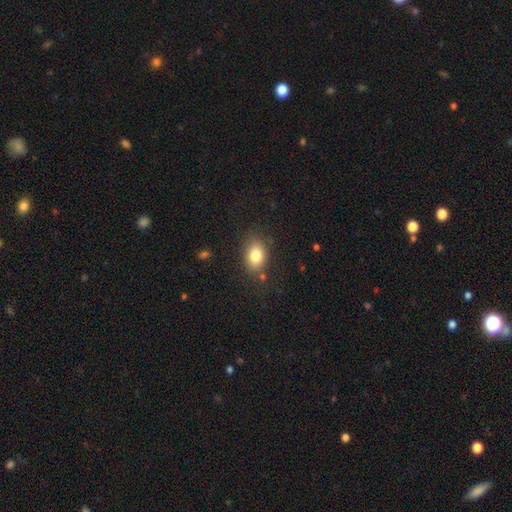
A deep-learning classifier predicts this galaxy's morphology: type=smooth (81%); roundness=in between (76%); merging=none (79%).